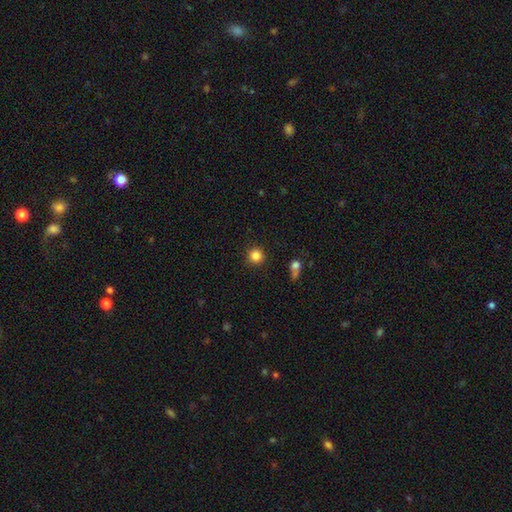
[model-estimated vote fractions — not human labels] The model was most divided on "smooth or featured": smooth: 85%, star or artifact: 11%, featured or disk: 4%. More confident: how rounded — round (94%); merging — none (88%).